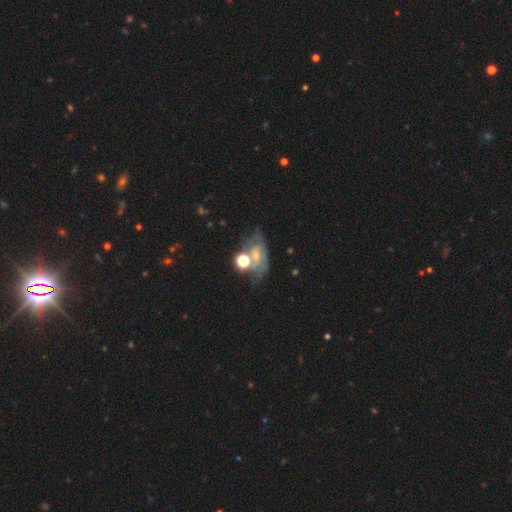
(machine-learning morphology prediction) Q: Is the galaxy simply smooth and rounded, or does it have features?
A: featured or disk — 49%.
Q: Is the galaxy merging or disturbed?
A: none — 37%.